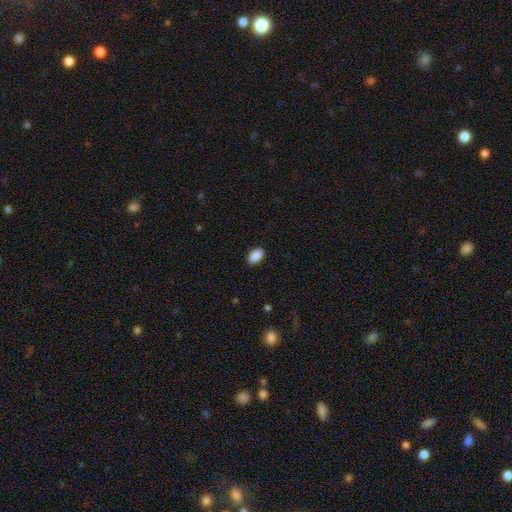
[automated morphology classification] This appears to be a smooth galaxy with no disk features (89%) that is in between round and cigar-shaped (93%). Merging: none (88%).